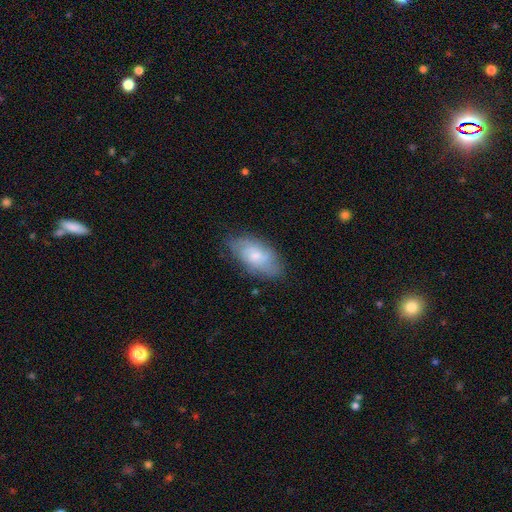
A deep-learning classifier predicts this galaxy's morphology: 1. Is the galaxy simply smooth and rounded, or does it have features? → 48% smooth, 45% featured or disk, 7% star or artifact.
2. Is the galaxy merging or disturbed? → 76% none, 19% minor disturbance, 5% major disturbance, 1% merger.